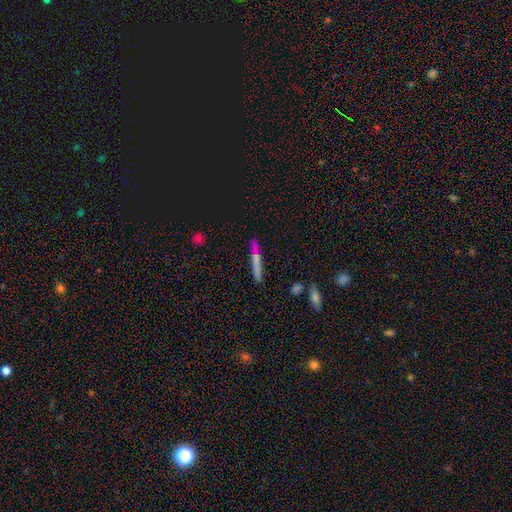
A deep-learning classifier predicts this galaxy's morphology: Smooth or featured? featured or disk (42%)
Merging? none (85%)